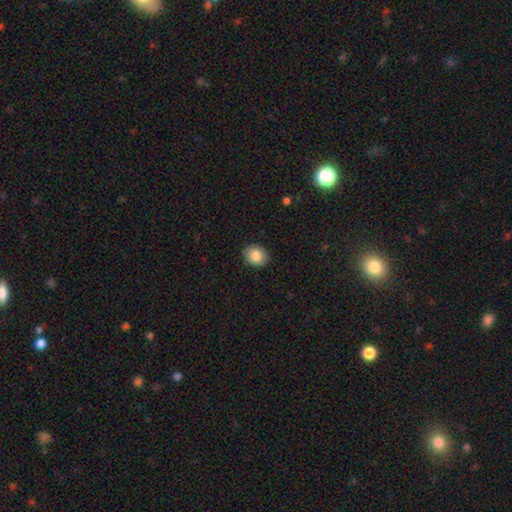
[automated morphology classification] The model was most divided on "how rounded": round: 60%, in between: 40%, cigar-shaped: 1%. More confident: merging — none (89%); smooth or featured — smooth (86%).